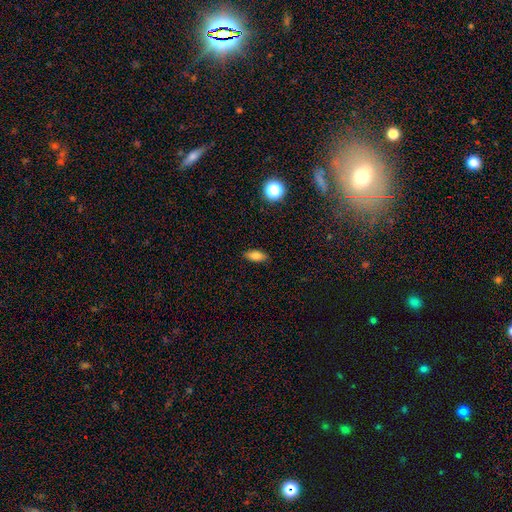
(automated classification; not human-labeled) The model was most divided on "smooth or featured": smooth: 80%, featured or disk: 10%, star or artifact: 10%. More confident: merging — none (88%); how rounded — in between (85%).